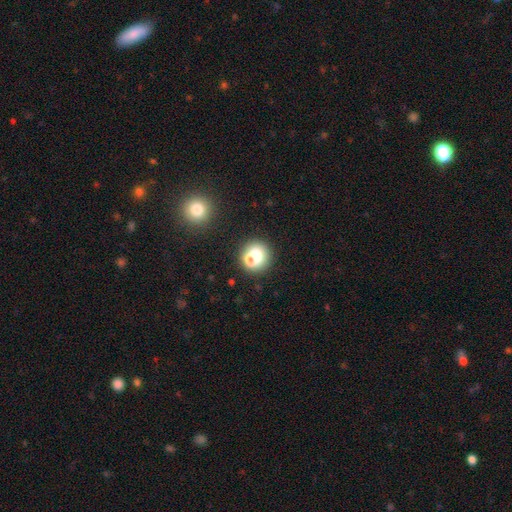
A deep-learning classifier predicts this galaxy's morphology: type=smooth (69%); roundness=round (88%); merging=none (56%).